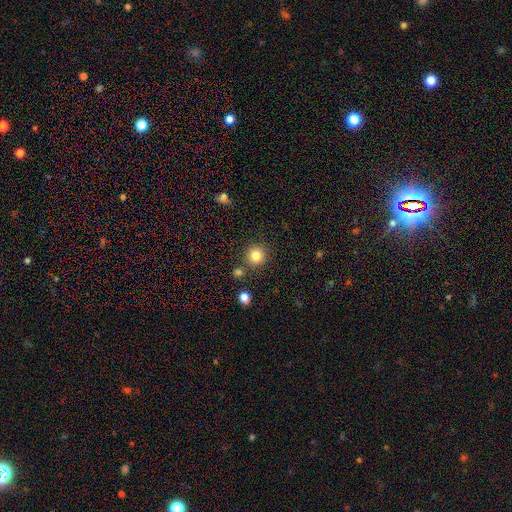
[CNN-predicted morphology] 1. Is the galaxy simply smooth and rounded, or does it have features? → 84% smooth, 11% star or artifact, 6% featured or disk.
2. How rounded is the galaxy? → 93% round, 6% in between, 1% cigar-shaped.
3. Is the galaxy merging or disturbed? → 81% none, 8% merger, 8% minor disturbance, 3% major disturbance.